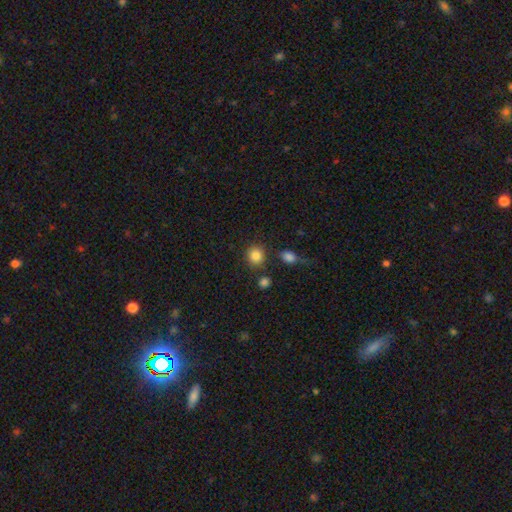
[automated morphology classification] Smooth or featured?
  - smooth: 85% *
  - star or artifact: 10%
  - featured or disk: 5%
How rounded?
  - round: 88% *
  - in between: 11%
  - cigar-shaped: 1%
Merging?
  - none: 80% *
  - minor disturbance: 9%
  - merger: 7%
  - major disturbance: 4%